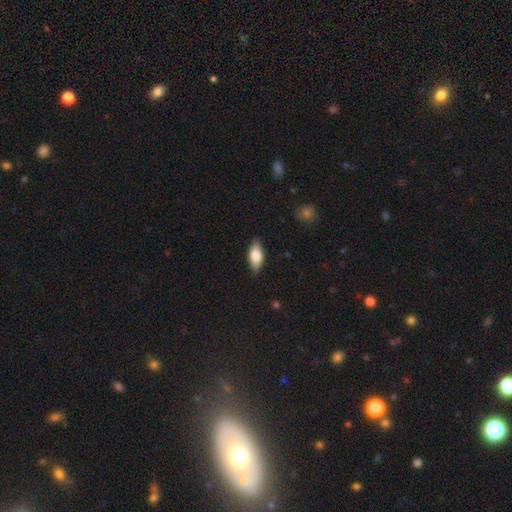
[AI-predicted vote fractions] This is likely a smooth galaxy (73%). How rounded: clearly in between (83%). Merging: clearly none (83%).